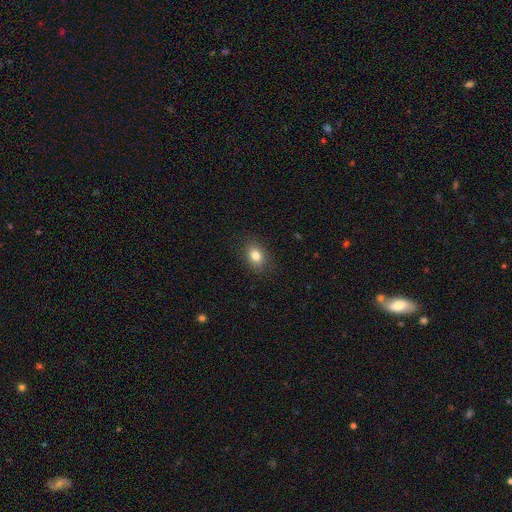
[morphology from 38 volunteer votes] Smooth or featured? smooth (84%)
How rounded? in between (56%)
Merging? none (89%)